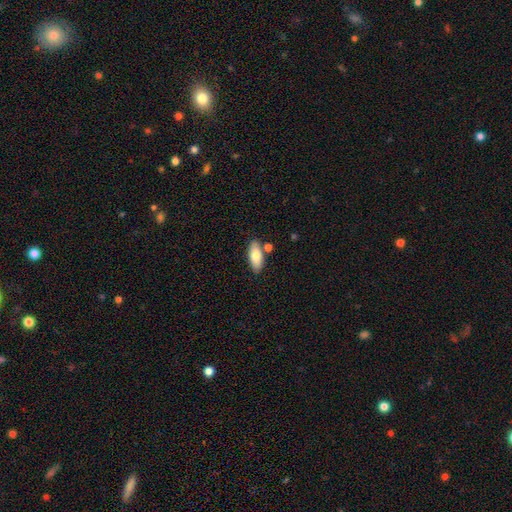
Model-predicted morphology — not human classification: type=smooth (77%); roundness=in between (83%); merging=none (78%).